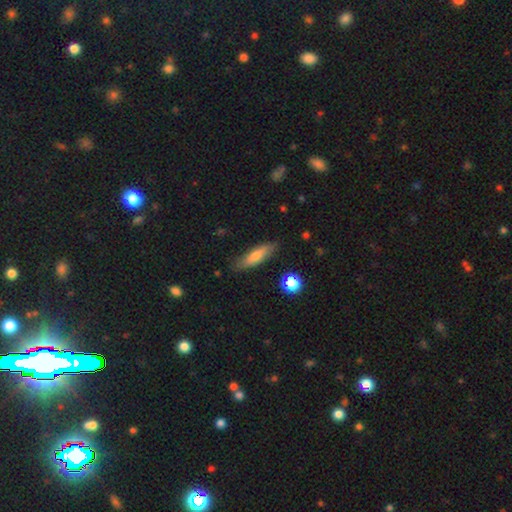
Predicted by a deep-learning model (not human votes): smooth-or-featured: smooth: 68% | featured or disk: 24% | star or artifact: 7%
  how-rounded: cigar-shaped: 62% | in between: 35% | round: 2%
  merging: none: 82% | minor disturbance: 13% | major disturbance: 3% | merger: 2%